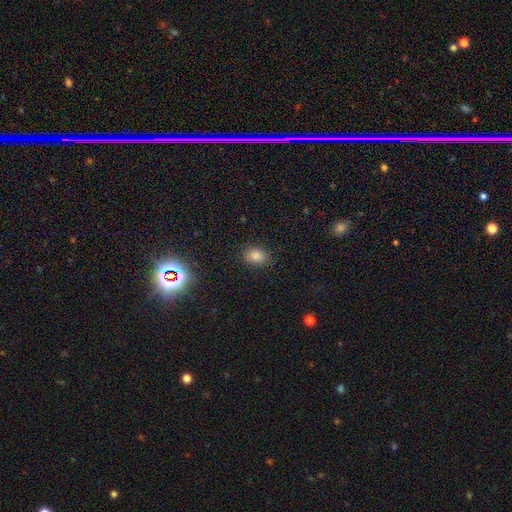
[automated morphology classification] The model was most divided on "how rounded": in between: 69%, round: 30%, cigar-shaped: 1%. More confident: merging — none (86%); smooth or featured — smooth (78%).